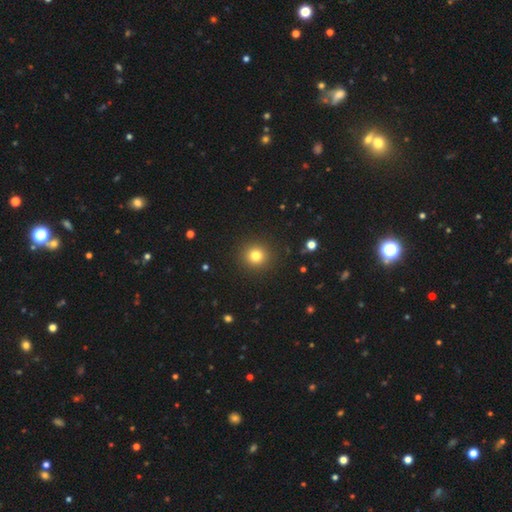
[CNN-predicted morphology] Smooth or featured? Predicted: smooth (p=0.80). How rounded? Predicted: round (p=0.94). Merging? Predicted: none (p=0.92).